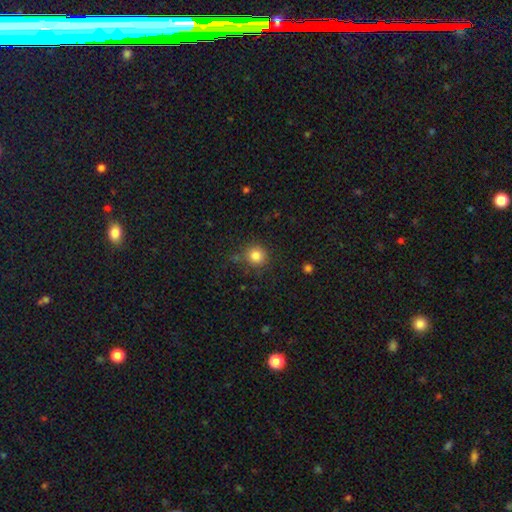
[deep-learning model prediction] Smooth or featured? Predicted: smooth (p=0.83). How rounded? Predicted: round (p=0.92). Merging? Predicted: none (p=0.81).